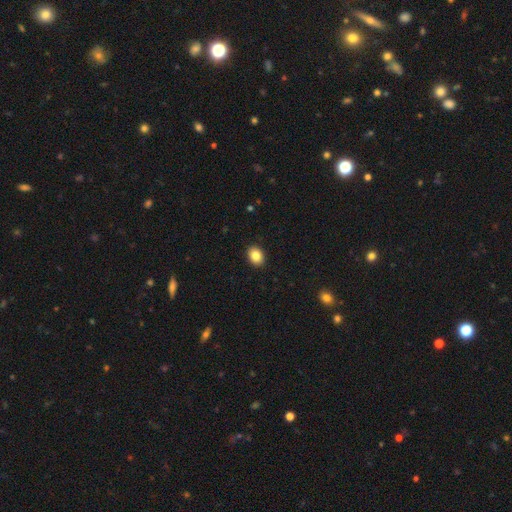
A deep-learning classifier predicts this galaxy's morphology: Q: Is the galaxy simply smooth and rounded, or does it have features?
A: smooth — 85%.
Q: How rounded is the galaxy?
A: in between — 63%.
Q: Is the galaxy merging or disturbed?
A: none — 91%.